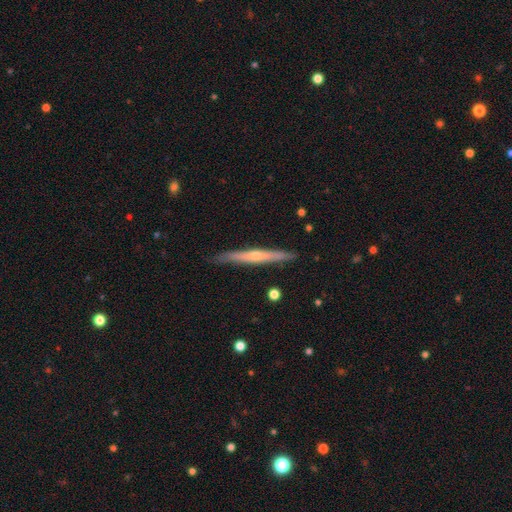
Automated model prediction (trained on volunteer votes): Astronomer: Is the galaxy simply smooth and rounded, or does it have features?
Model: featured or disk — 64%.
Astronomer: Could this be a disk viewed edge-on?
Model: yes — 96%.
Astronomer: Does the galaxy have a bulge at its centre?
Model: rounded — 67%.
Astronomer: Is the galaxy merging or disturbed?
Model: none — 88%.